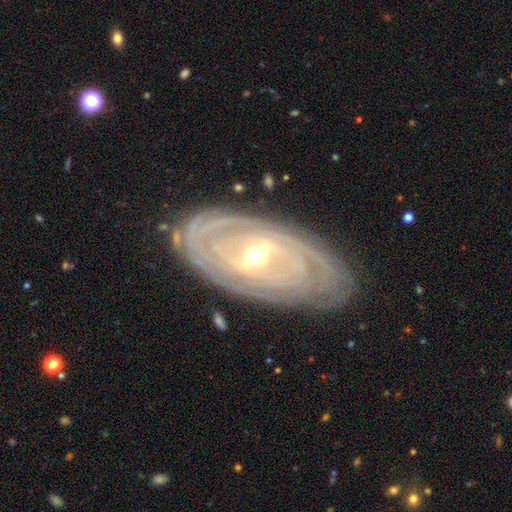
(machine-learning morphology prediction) A featured or disk galaxy (87%) with a weak bar (40%), tight (84%) spiral arms (93%) and a moderate central bulge (50%).

Vote fractions:
- Smooth or featured? featured or disk: 87% / smooth: 8% / star or artifact: 5%
- Edge-on disk? no: 92% / yes: 8%
- Bar? weak: 40% / no: 34% / strong: 25%
- Spiral arms? yes: 93% / no: 7%
- Spiral winding? tight: 84% / medium: 12% / loose: 3%
- Spiral arm count? can't tell: 43% / 4: 14% / 2: 14% / 3: 13% / more than 4: 11% / 1: 5%
- Bulge size? moderate: 50% / small: 46% / large: 2% / dominant: 1% / none: 1%
- Merging? none: 81% / minor disturbance: 14% / major disturbance: 4% / merger: 1%